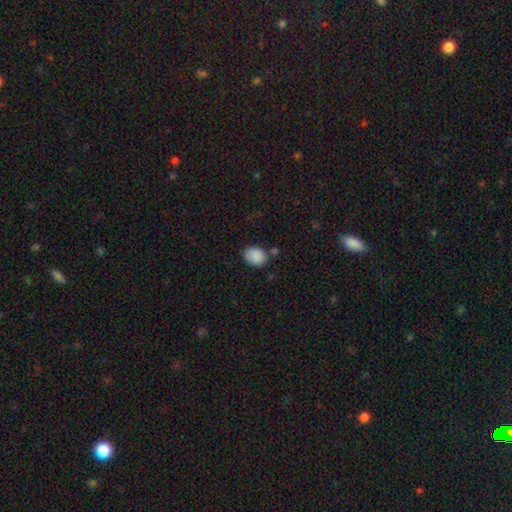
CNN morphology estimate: Smooth or featured: smooth — 89% (star or artifact — 8%)
How rounded: in between — 53% (round — 46%)
Merging: none — 71% (minor disturbance — 17%)